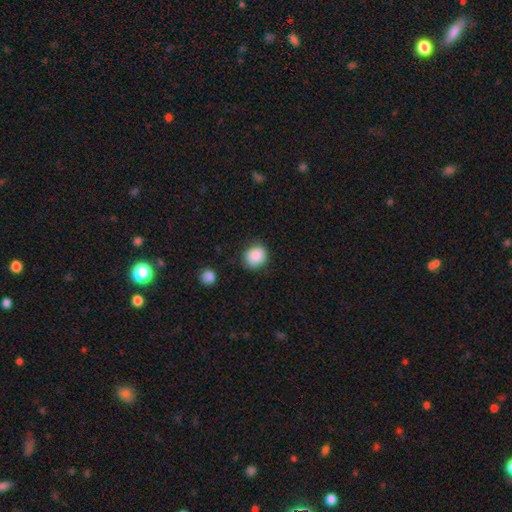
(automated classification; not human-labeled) smooth-or-featured: smooth: 88% | star or artifact: 9% | featured or disk: 3%
  how-rounded: round: 77% | in between: 22% | cigar-shaped: 1%
  merging: none: 82% | minor disturbance: 13% | major disturbance: 3% | merger: 2%